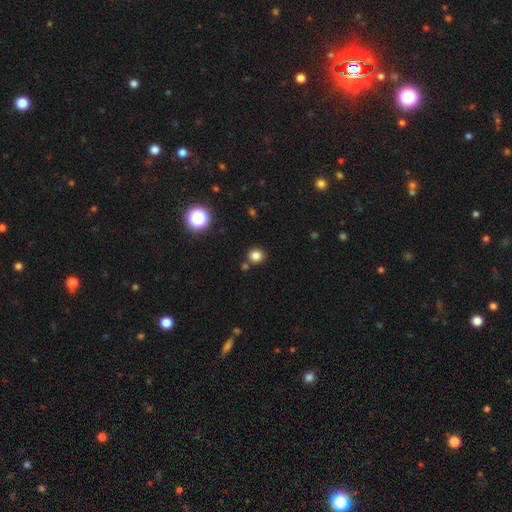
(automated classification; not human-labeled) Smooth or featured: smooth — 81% (star or artifact — 14%)
How rounded: round — 89% (in between — 10%)
Merging: none — 84% (minor disturbance — 7%)